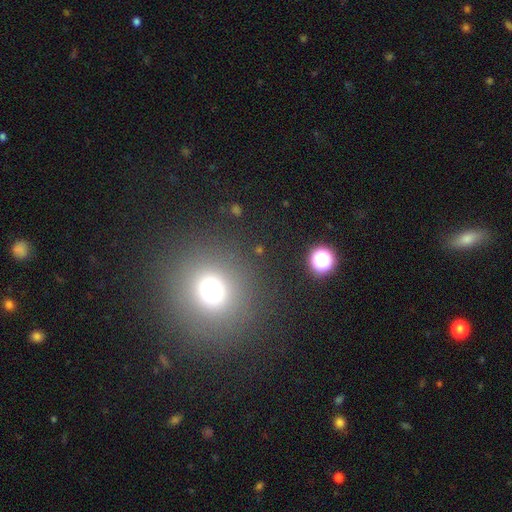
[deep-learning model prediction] A smooth galaxy with no disk features (67%) that is round (85%). Merging: none (90%).